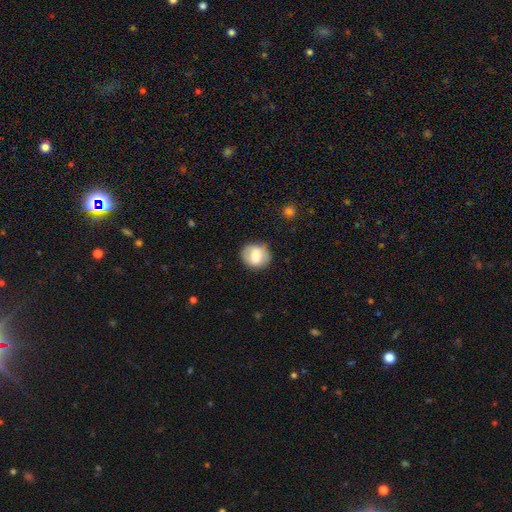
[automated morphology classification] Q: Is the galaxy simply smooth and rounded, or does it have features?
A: smooth — 61%.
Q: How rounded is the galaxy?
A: round — 68%.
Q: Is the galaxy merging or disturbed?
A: none — 81%.